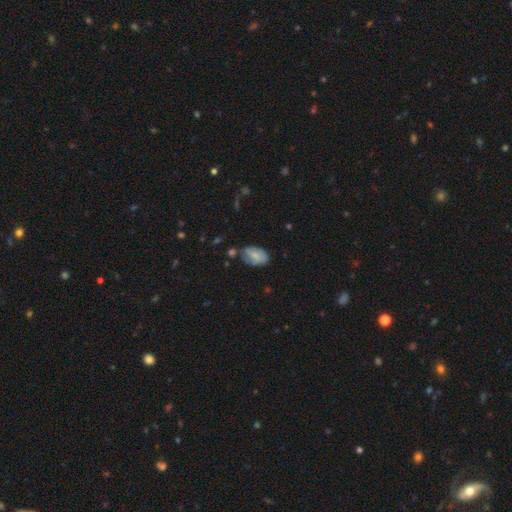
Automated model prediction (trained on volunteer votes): This appears to be a smooth galaxy with no disk features (60%) that is in between round and cigar-shaped (89%). Merging: none (54%).